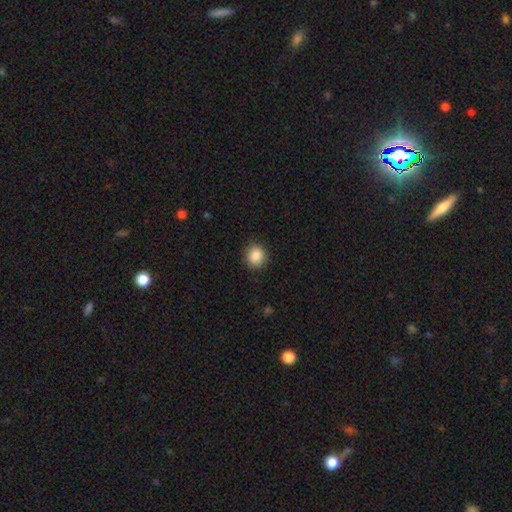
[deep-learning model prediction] A smooth galaxy with no disk features (88%) that is round (87%).

Vote fractions:
- Smooth or featured? smooth: 88% / star or artifact: 9% / featured or disk: 3%
- How rounded? round: 87% / in between: 12% / cigar-shaped: 1%
- Merging? none: 89% / minor disturbance: 8% / major disturbance: 2% / merger: 1%